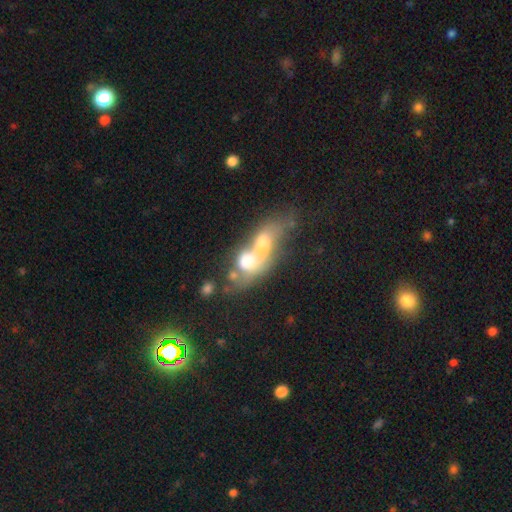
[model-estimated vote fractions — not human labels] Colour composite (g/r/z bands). It shows a featured or disk galaxy (51%). Merging: merger (63%).